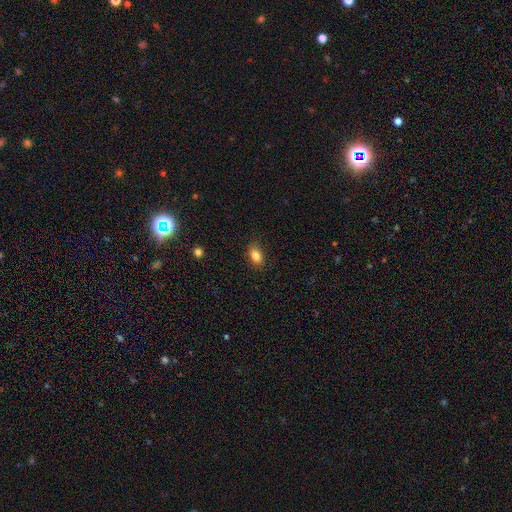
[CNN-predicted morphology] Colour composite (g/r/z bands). It shows a smooth galaxy with no disk features (85%) that is in between round and cigar-shaped (85%). Merging: none (85%).